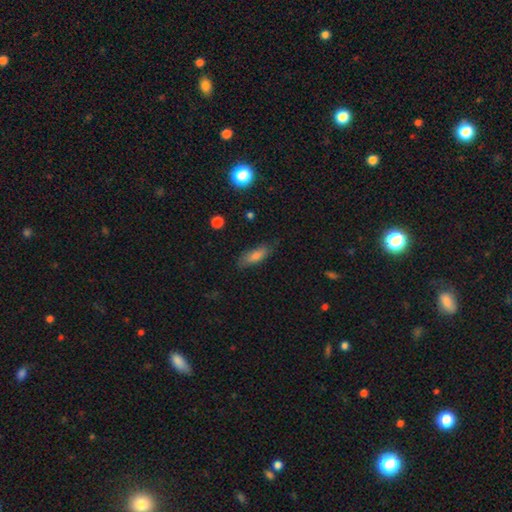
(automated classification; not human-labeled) smooth_or_featured: smooth (p=0.73) [alt: featured or disk p=0.16]
how_rounded: in between (p=0.58) [alt: cigar-shaped p=0.39]
merging: none (p=0.79) [alt: minor disturbance p=0.16]